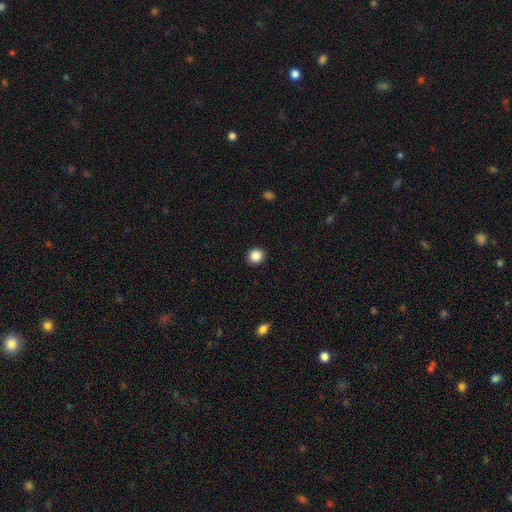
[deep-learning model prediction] smooth 87%, star or artifact 10%, featured or disk 4%. Down the decision tree: how rounded — round (89%); merging — none (92%).